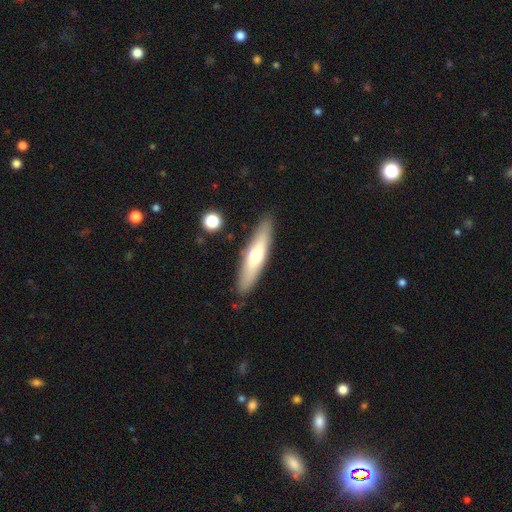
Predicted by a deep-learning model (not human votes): Morphology: type=smooth (54%); roundness=cigar-shaped (78%); merging=none (88%).